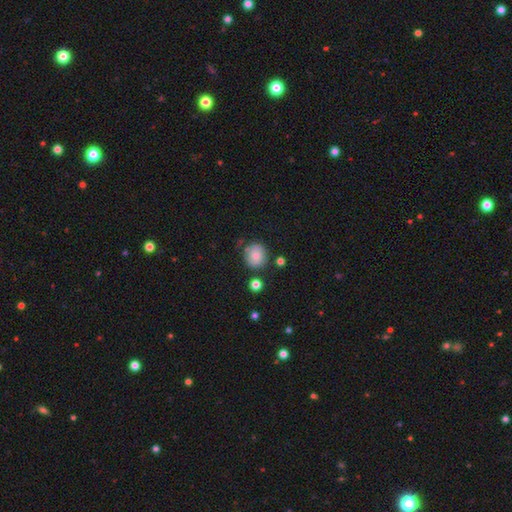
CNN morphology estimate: This appears to be a smooth galaxy with no disk features (74%) that is round (83%). Merging: none (73%).